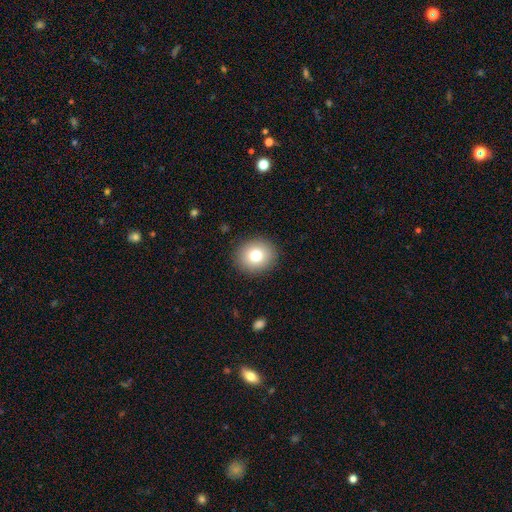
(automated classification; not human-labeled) A smooth galaxy with no disk features (78%) that is round (79%).

Vote fractions:
- Smooth or featured? smooth: 78% / featured or disk: 12% / star or artifact: 11%
- How rounded? round: 79% / in between: 20% / cigar-shaped: 1%
- Merging? none: 90% / minor disturbance: 7% / major disturbance: 2% / merger: 1%